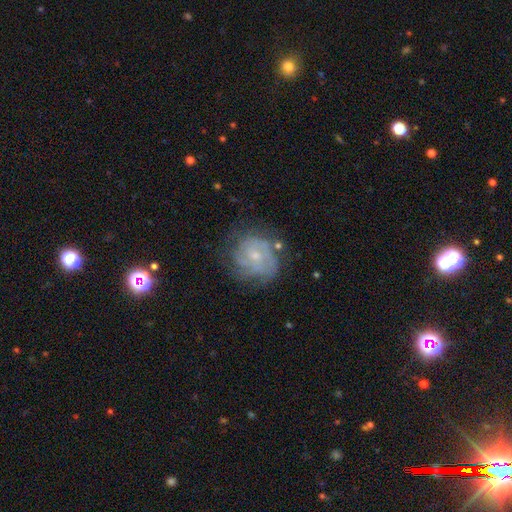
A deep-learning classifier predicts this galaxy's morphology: Smooth or featured? featured or disk (72%)
Edge-on disk? no (98%)
Bar? no (71%)
Spiral arms? yes (86%)
Spiral winding? tight (61%)
Spiral arm count? can't tell (43%)
Bulge size? small (66%)
Merging? none (63%)